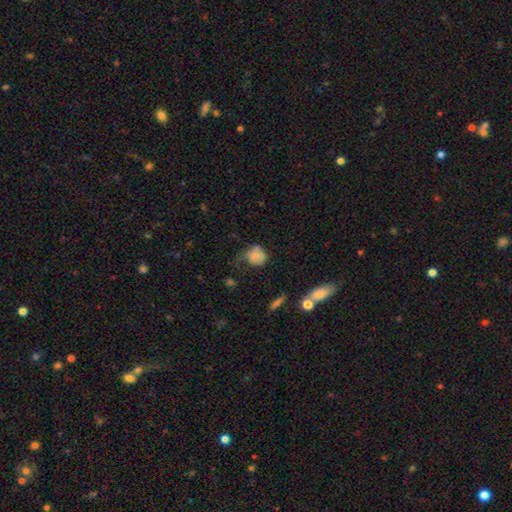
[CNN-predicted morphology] This appears to be a smooth galaxy with no disk features (73%) that is round (60%). Merging: none (34%).